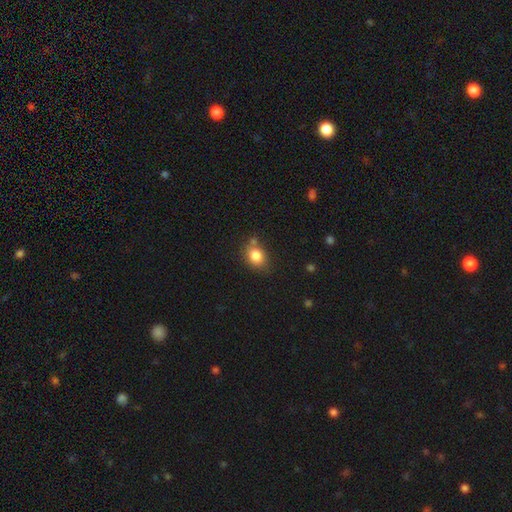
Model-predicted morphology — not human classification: Overall: smooth (83%). How rounded: in between (52%; round 47%). Merging: none (66%).